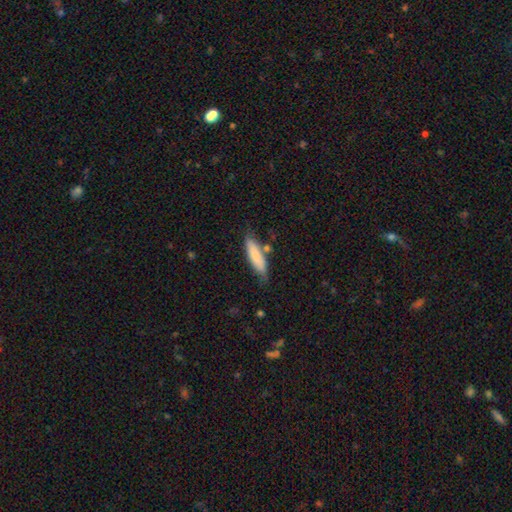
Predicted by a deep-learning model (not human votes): Smooth or featured?
  - smooth: 80% *
  - featured or disk: 14%
  - star or artifact: 6%
How rounded?
  - cigar-shaped: 64% *
  - in between: 34%
  - round: 2%
Merging?
  - none: 68% *
  - minor disturbance: 20%
  - merger: 8%
  - major disturbance: 4%